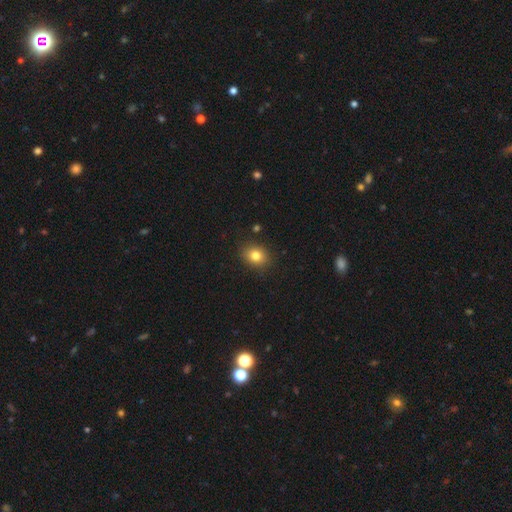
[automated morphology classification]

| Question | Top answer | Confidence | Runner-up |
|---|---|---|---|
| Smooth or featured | smooth | 80% | star or artifact (12%) |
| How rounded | round | 53% | in between (46%) |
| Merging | none | 88% | minor disturbance (8%) |